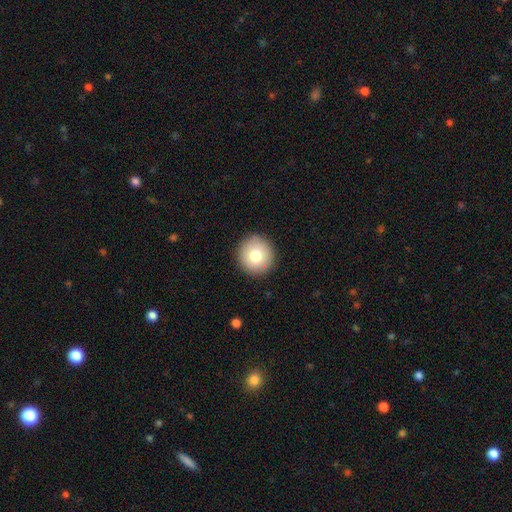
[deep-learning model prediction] Smooth or featured: smooth — 78% (featured or disk — 13%)
How rounded: round — 95% (in between — 4%)
Merging: none — 91% (minor disturbance — 6%)